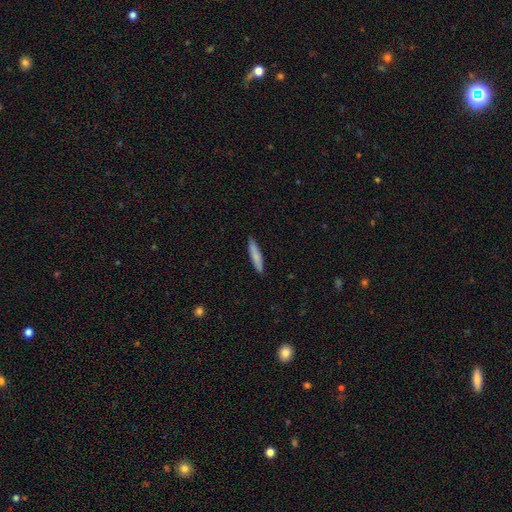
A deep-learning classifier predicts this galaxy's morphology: This is clearly a smooth galaxy (81%). How rounded: clearly cigar-shaped (89%). Merging: clearly none (89%).